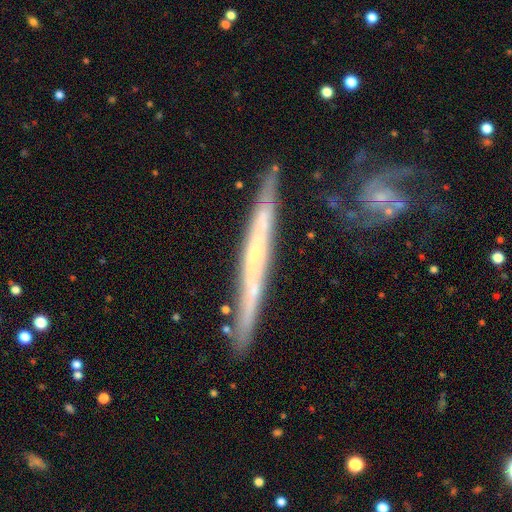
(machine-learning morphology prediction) Smooth or featured? Predicted: featured or disk (p=0.75). Edge-on disk? Predicted: yes (p=0.89). Edge-on bulge? Predicted: none (p=0.68). Merging? Predicted: none (p=0.82).